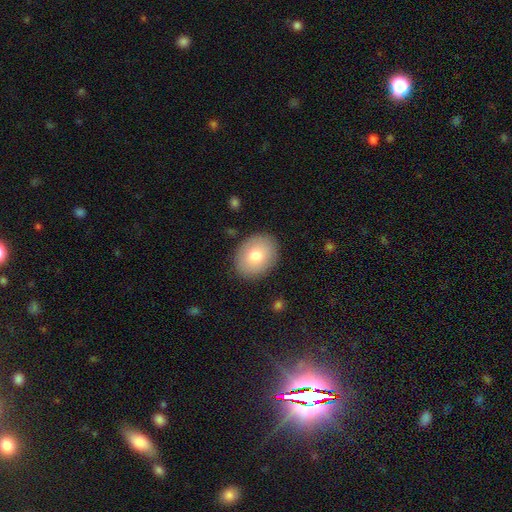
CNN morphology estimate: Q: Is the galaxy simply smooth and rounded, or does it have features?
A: smooth — 77%.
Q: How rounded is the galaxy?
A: in between — 59%.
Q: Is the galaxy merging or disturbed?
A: none — 87%.